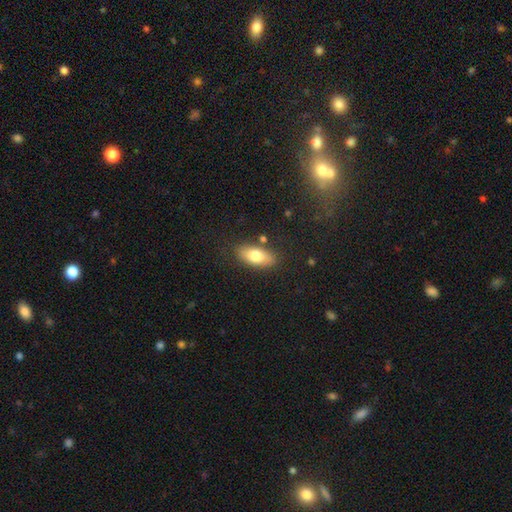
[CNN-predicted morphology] Smooth or featured? smooth (75%)
How rounded? in between (87%)
Merging? none (81%)